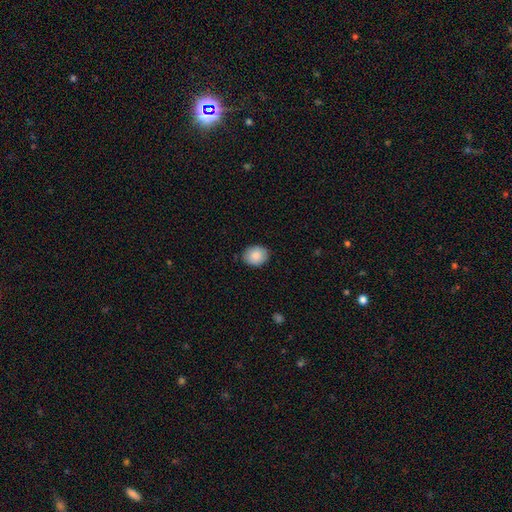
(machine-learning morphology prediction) smooth 87%, star or artifact 7%, featured or disk 6%. Down the decision tree: how rounded — round (55%); merging — none (86%).